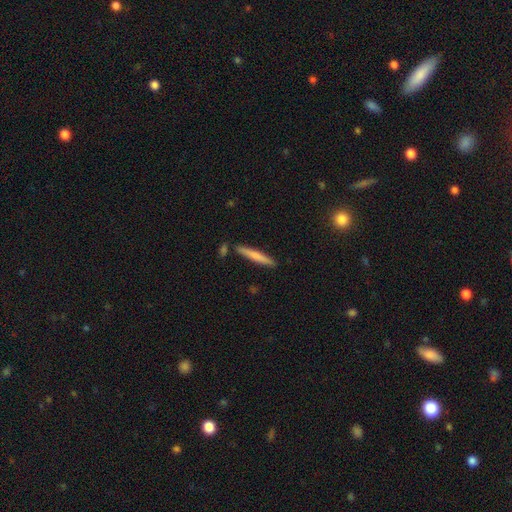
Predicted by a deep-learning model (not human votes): Smooth or featured? smooth (69%)
How rounded? cigar-shaped (95%)
Merging? none (85%)